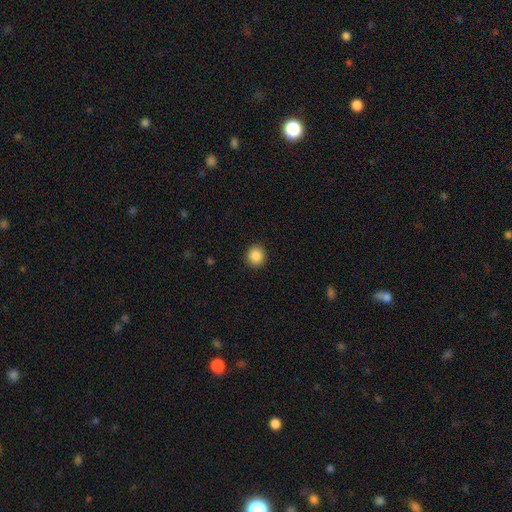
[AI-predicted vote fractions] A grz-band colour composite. It shows a smooth galaxy with no disk features (87%) that is round (86%). Merging: none (92%).